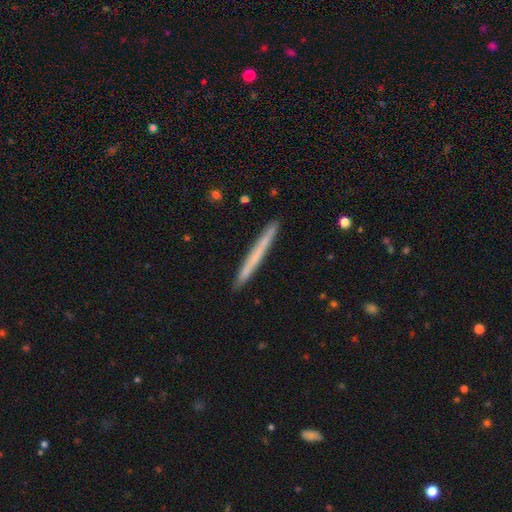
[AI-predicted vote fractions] Smooth or featured? Predicted: smooth (p=0.58). How rounded? Predicted: cigar-shaped (p=0.97). Merging? Predicted: none (p=0.91).